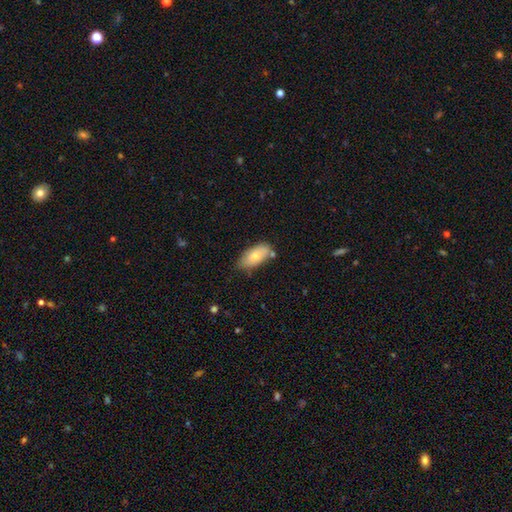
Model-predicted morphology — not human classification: Q: Smooth or featured?
A: smooth (74%); runner-up: featured or disk (20%)
Q: How rounded?
A: in between (91%); runner-up: cigar-shaped (6%)
Q: Merging?
A: none (69%); runner-up: minor disturbance (21%)